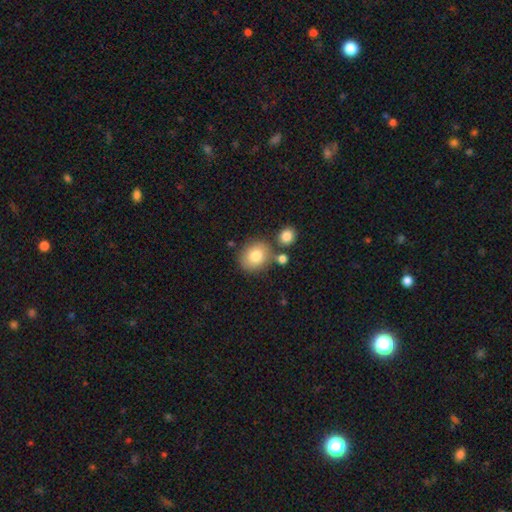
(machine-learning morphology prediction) type=smooth (79%); roundness=round (75%); merging=none (70%).